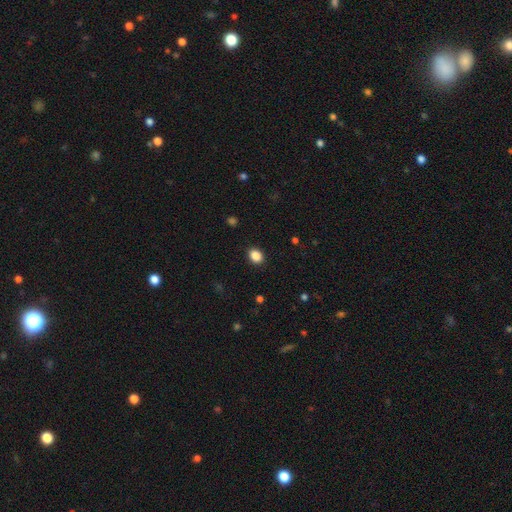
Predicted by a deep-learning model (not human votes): smooth-or-featured: smooth: 87% | star or artifact: 9% | featured or disk: 3%
  how-rounded: in between: 57% | round: 43% | cigar-shaped: 1%
  merging: none: 90% | minor disturbance: 7% | major disturbance: 2% | merger: 1%